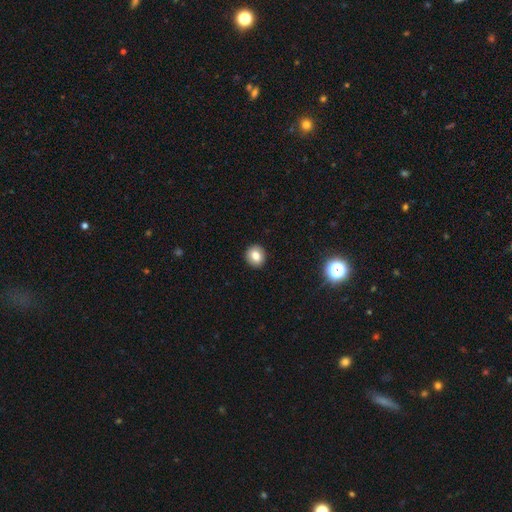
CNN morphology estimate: Smooth or featured?
  - smooth: 80% *
  - star or artifact: 10%
  - featured or disk: 10%
How rounded?
  - round: 83% *
  - in between: 16%
  - cigar-shaped: 1%
Merging?
  - none: 92% *
  - minor disturbance: 5%
  - major disturbance: 2%
  - merger: 1%